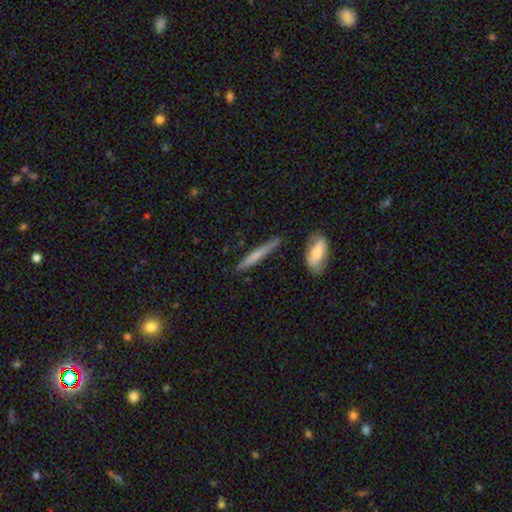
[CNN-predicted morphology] smooth_or_featured: smooth (p=0.58) [alt: featured or disk p=0.36]
how_rounded: cigar-shaped (p=0.94) [alt: in between p=0.04]
merging: none (p=0.81) [alt: minor disturbance p=0.12]